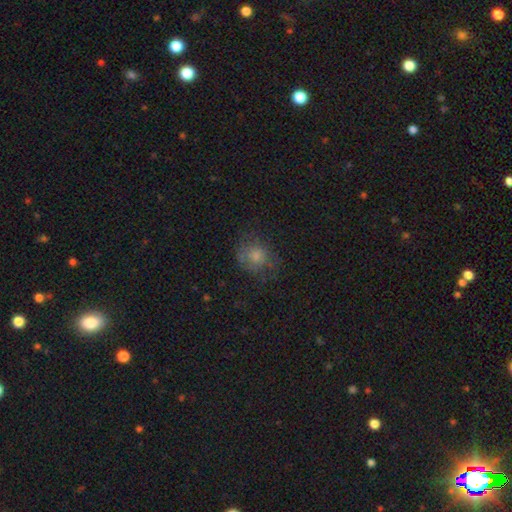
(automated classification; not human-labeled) Smooth or featured: smooth — 63% (featured or disk — 20%)
How rounded: round — 74% (in between — 25%)
Merging: none — 64% (minor disturbance — 21%)